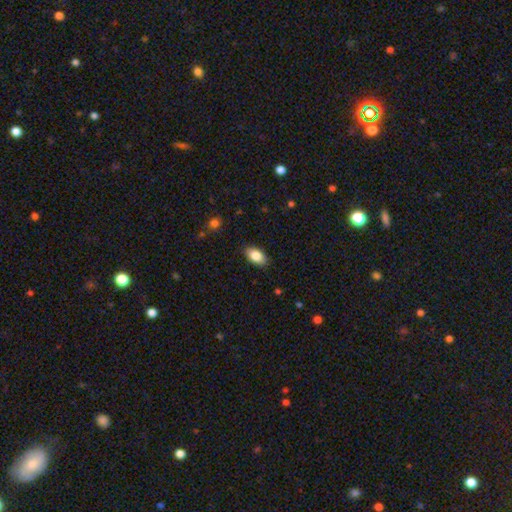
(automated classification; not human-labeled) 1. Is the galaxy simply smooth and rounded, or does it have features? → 85% smooth, 7% featured or disk, 7% star or artifact.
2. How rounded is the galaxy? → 93% in between, 5% round, 2% cigar-shaped.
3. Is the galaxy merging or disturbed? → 87% none, 10% minor disturbance, 2% major disturbance, 1% merger.